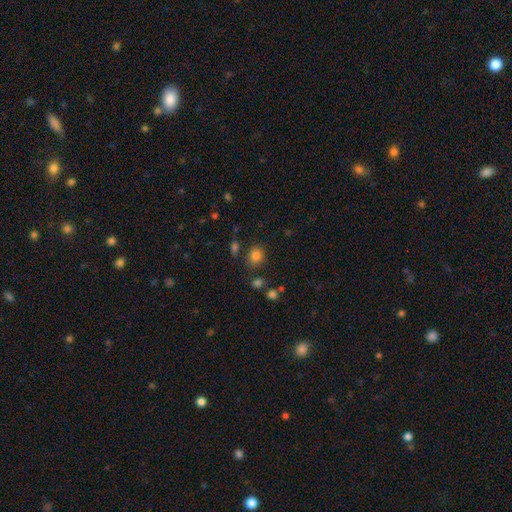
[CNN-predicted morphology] smooth-or-featured: smooth: 81% | star or artifact: 13% | featured or disk: 6%
  how-rounded: round: 69% | in between: 31% | cigar-shaped: 1%
  merging: none: 79% | minor disturbance: 12% | merger: 6% | major disturbance: 4%